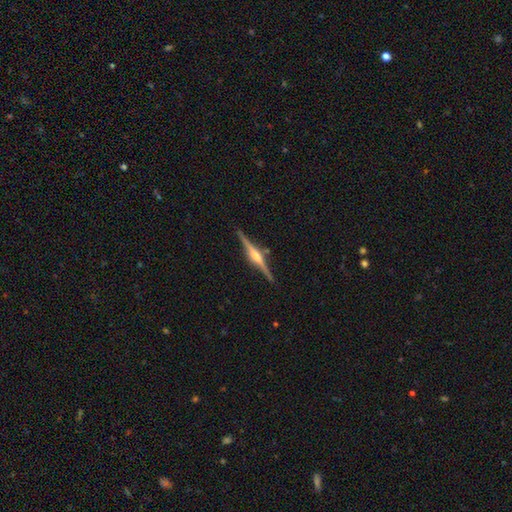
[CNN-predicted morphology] smooth-or-featured: featured or disk: 86% | smooth: 9% | star or artifact: 5%
  disk-edge-on: yes: 98% | no: 2%
    edge-on-bulge: rounded: 89% | boxy: 8% | none: 3%
  merging: none: 89% | minor disturbance: 7% | merger: 2% | major disturbance: 1%